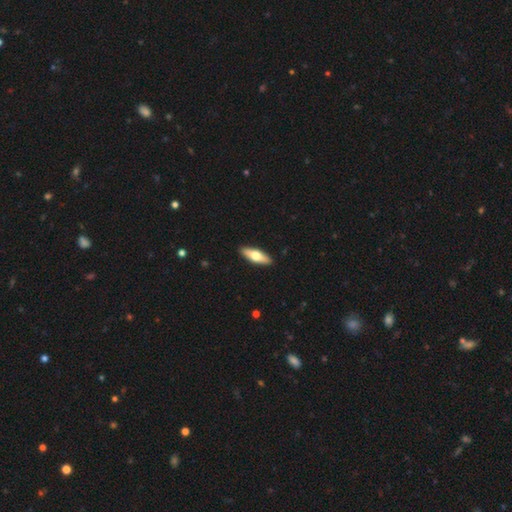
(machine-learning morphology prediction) This appears to be a smooth galaxy with no disk features (54%) that is in between round and cigar-shaped (49%). Merging: none (91%).